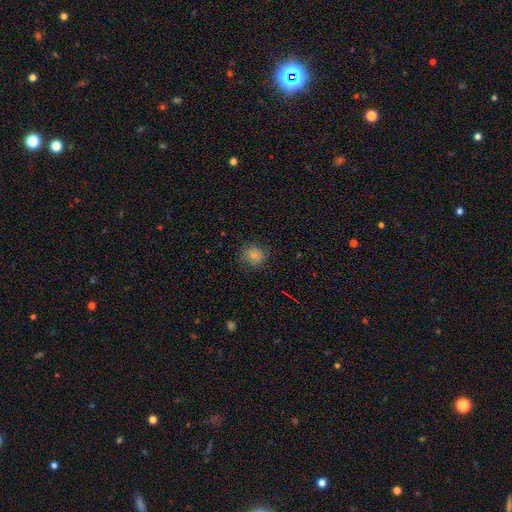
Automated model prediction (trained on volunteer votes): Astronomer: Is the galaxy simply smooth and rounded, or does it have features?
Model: smooth — 70%.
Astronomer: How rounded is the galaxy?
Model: round — 81%.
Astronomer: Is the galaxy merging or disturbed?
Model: none — 80%.